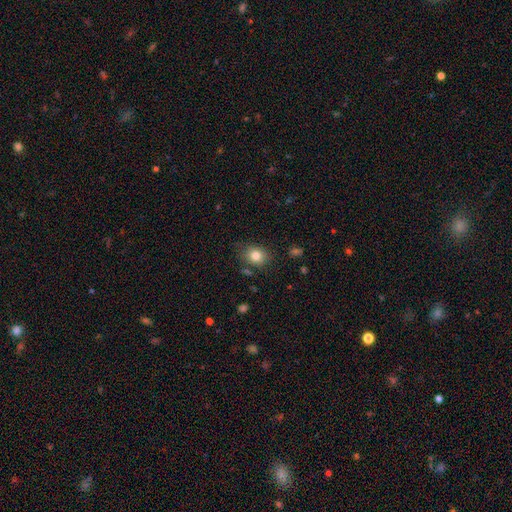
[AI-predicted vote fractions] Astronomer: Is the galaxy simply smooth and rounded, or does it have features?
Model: smooth — 81%.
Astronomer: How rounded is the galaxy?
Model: round — 54% (runner-up: in between, 45%).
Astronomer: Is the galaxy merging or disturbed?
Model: none — 77%.